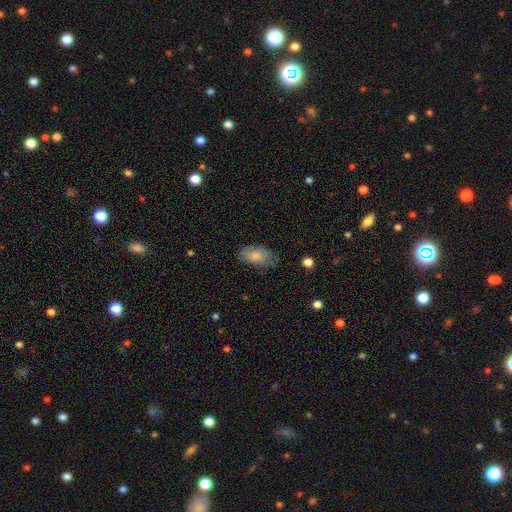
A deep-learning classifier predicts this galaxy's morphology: This appears to be a smooth galaxy with no disk features (77%) that is in between round and cigar-shaped (93%). Merging: none (69%).